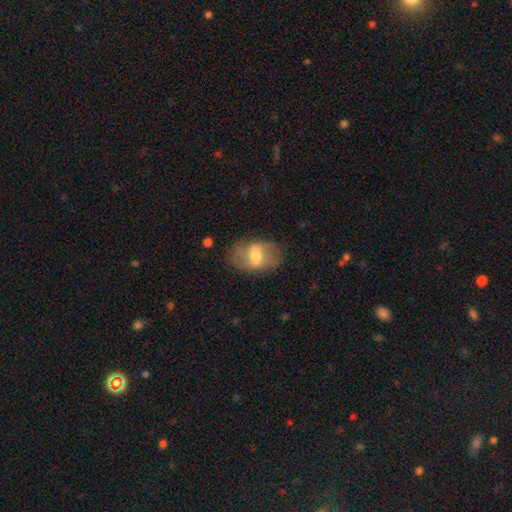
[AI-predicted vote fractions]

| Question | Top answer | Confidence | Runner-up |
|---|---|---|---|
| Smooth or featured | featured or disk | 48% | smooth (45%) |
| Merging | none | 75% | minor disturbance (16%) |